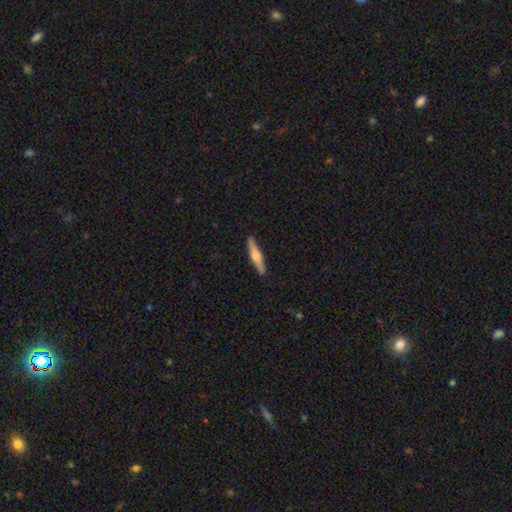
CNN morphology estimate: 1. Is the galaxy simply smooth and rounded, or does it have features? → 57% featured or disk, 37% smooth, 5% star or artifact.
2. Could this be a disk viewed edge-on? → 97% yes, 3% no.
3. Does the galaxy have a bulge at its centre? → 88% rounded, 6% boxy, 5% none.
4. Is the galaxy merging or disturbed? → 91% none, 7% minor disturbance, 1% major disturbance, 1% merger.